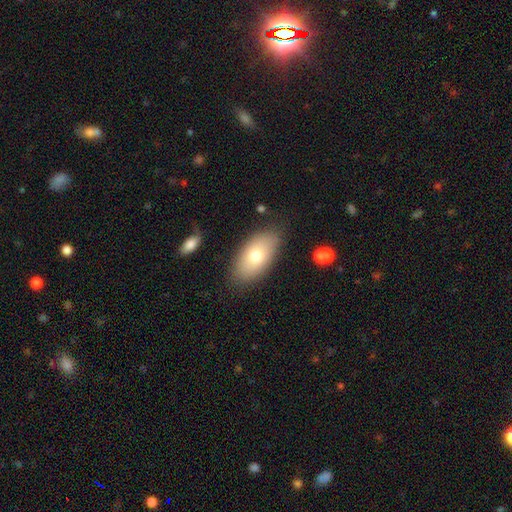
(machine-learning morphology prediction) A smooth galaxy with no disk features (73%) that is in between round and cigar-shaped (93%).

Vote fractions:
- Smooth or featured? smooth: 73% / featured or disk: 19% / star or artifact: 8%
- How rounded? in between: 93% / round: 4% / cigar-shaped: 3%
- Merging? none: 83% / minor disturbance: 12% / major disturbance: 3% / merger: 2%